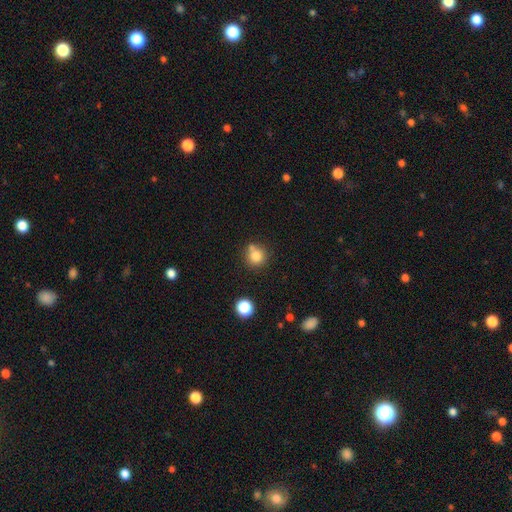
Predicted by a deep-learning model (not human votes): Smooth or featured: smooth — 79% (star or artifact — 12%)
How rounded: round — 90% (in between — 9%)
Merging: none — 62% (merger — 22%)